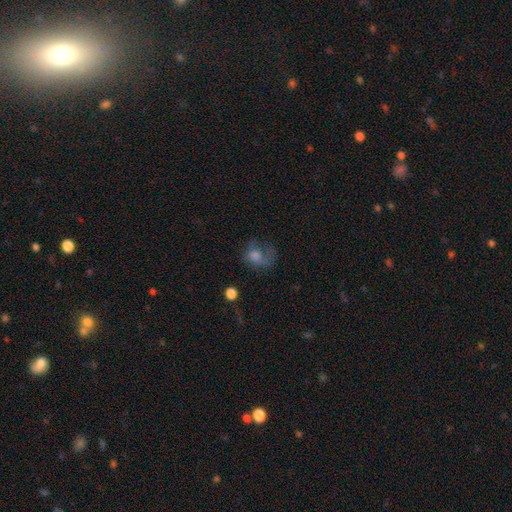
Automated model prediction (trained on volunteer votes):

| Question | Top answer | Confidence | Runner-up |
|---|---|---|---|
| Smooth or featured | smooth | 52% | featured or disk (32%) |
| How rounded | round | 54% | in between (44%) |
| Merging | major disturbance | 38% | none (36%) |